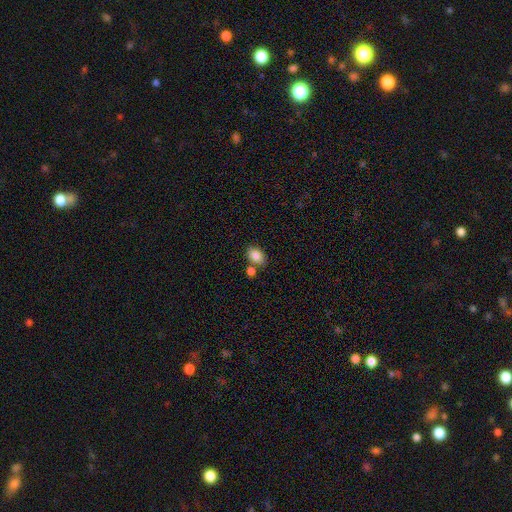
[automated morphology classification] Smooth or featured?
  - smooth: 86% *
  - star or artifact: 8%
  - featured or disk: 6%
How rounded?
  - in between: 79% *
  - round: 20%
  - cigar-shaped: 1%
Merging?
  - none: 64% *
  - merger: 20%
  - minor disturbance: 13%
  - major disturbance: 4%